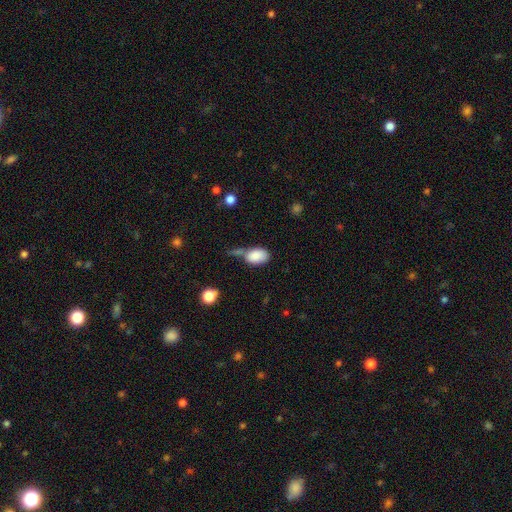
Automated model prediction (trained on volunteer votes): Smooth or featured?
  - smooth: 86% *
  - star or artifact: 7%
  - featured or disk: 7%
How rounded?
  - in between: 89% *
  - round: 10%
  - cigar-shaped: 1%
Merging?
  - none: 41% *
  - minor disturbance: 24%
  - merger: 23%
  - major disturbance: 12%